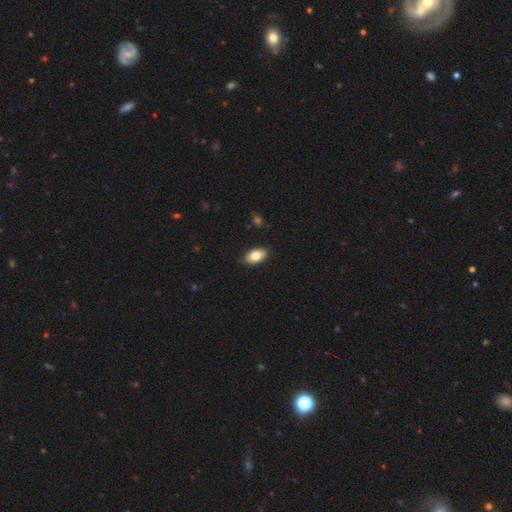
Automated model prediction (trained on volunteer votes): Morphology: type=smooth (82%); roundness=in between (93%); merging=none (89%).